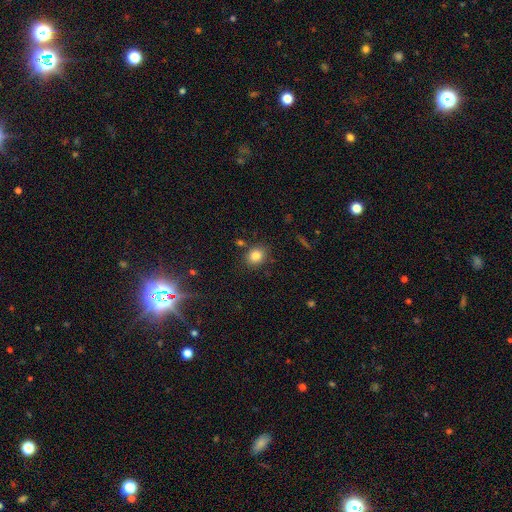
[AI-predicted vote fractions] Overall: smooth (83%). How rounded: round (61%; in between 38%). Merging: none (81%).